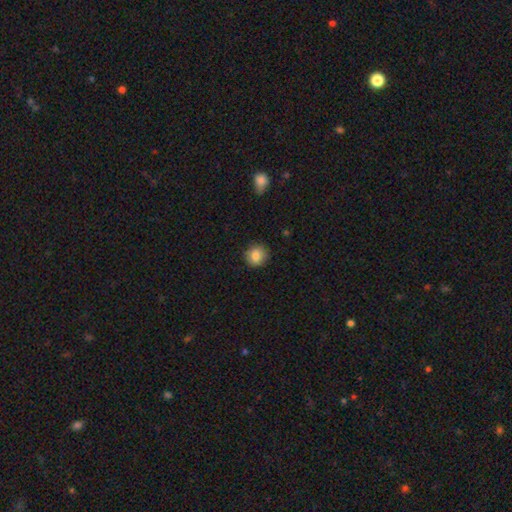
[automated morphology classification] smooth-or-featured: smooth: 85% | star or artifact: 9% | featured or disk: 6%
  how-rounded: round: 90% | in between: 9% | cigar-shaped: 1%
  merging: none: 88% | minor disturbance: 9% | major disturbance: 2% | merger: 1%